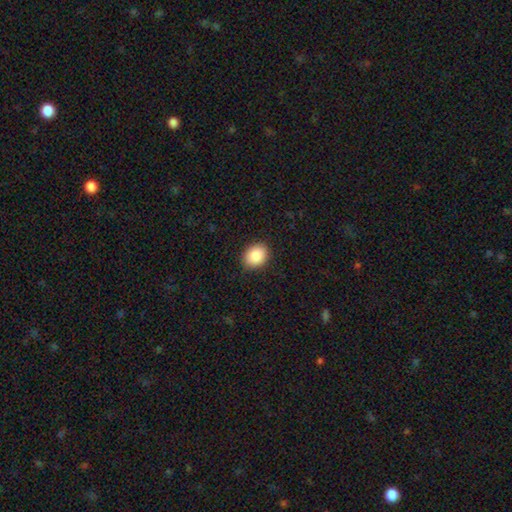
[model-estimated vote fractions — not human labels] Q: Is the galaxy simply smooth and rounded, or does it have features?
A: smooth — 87%.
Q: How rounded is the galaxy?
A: in between — 58%.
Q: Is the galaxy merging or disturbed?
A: none — 89%.